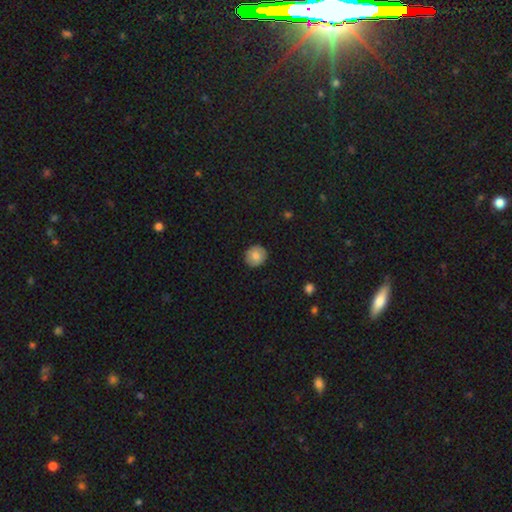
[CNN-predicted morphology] The model was most divided on "smooth or featured": smooth: 77%, featured or disk: 15%, star or artifact: 8%. More confident: merging — none (88%); how rounded — round (86%).